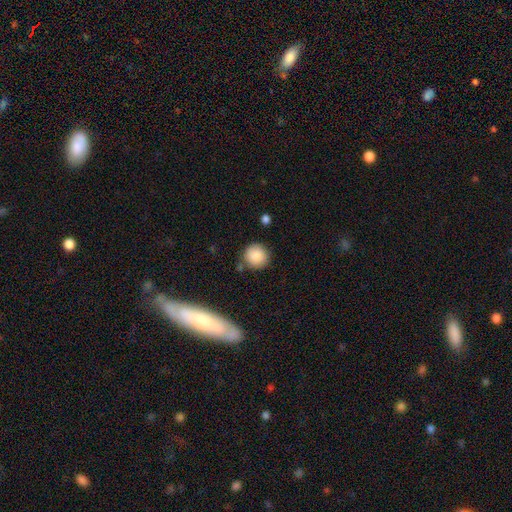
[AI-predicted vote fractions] A smooth galaxy with no disk features (88%) that is round (93%).

Vote fractions:
- Smooth or featured? smooth: 88% / star or artifact: 8% / featured or disk: 4%
- How rounded? round: 93% / in between: 6% / cigar-shaped: 1%
- Merging? none: 81% / minor disturbance: 11% / merger: 4% / major disturbance: 3%